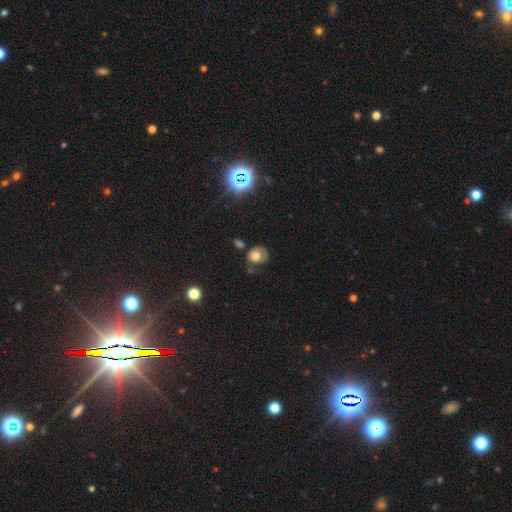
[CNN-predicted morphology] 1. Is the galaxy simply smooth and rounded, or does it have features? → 66% smooth, 22% featured or disk, 12% star or artifact.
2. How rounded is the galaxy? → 69% round, 30% in between, 1% cigar-shaped.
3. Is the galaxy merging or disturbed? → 48% none, 29% minor disturbance, 14% major disturbance, 9% merger.